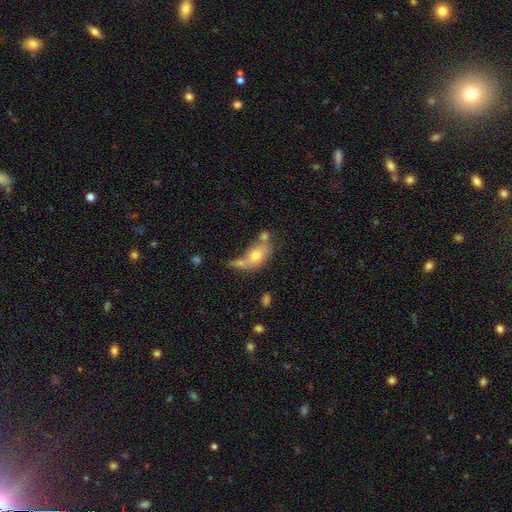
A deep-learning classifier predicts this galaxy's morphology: A smooth galaxy with no disk features (70%) that is in between round and cigar-shaped (83%).

Vote fractions:
- Smooth or featured? smooth: 70% / featured or disk: 22% / star or artifact: 8%
- How rounded? in between: 83% / round: 13% / cigar-shaped: 4%
- Merging? merger: 42% / none: 33% / minor disturbance: 16% / major disturbance: 9%